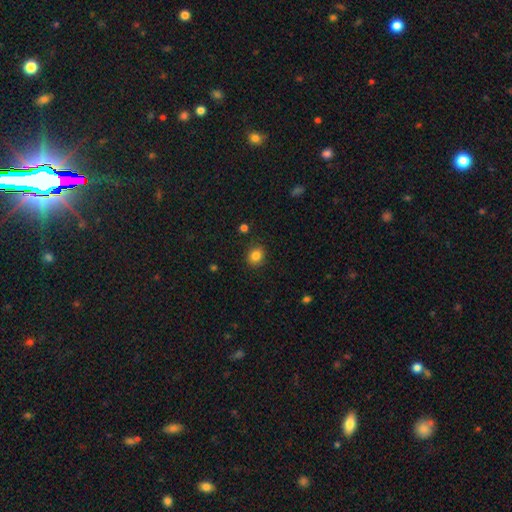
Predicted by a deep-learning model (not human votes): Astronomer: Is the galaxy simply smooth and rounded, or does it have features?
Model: smooth — 84%.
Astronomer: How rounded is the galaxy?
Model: round — 64%.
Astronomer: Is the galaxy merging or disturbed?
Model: none — 86%.